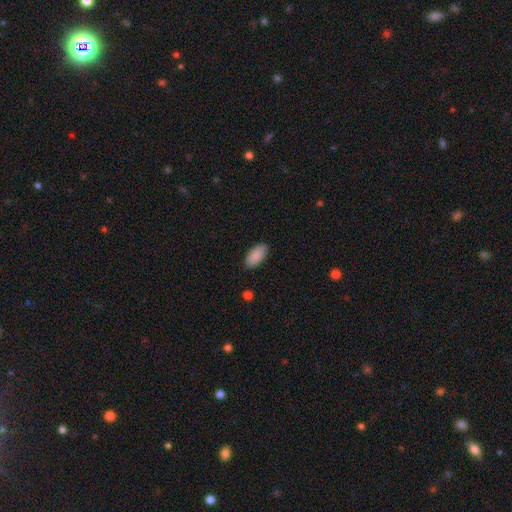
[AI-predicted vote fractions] A smooth galaxy with no disk features (89%) that is in between round and cigar-shaped (93%).

Vote fractions:
- Smooth or featured? smooth: 89% / star or artifact: 6% / featured or disk: 5%
- How rounded? in between: 93% / cigar-shaped: 5% / round: 2%
- Merging? none: 87% / minor disturbance: 10% / major disturbance: 2% / merger: 1%